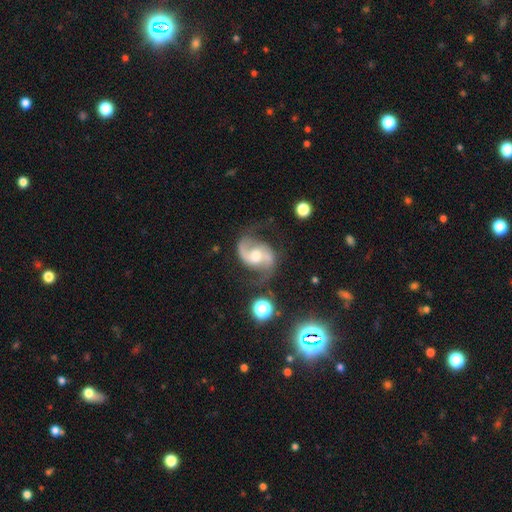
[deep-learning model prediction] featured or disk 89%, star or artifact 6%, smooth 5%. Down the decision tree: edge-on disk — no (98%); bar — weak (45%); spiral arms — yes (97%); spiral arm count — 2 (93%); spiral winding — medium (53%); bulge size — moderate (63%); merging — none (66%).